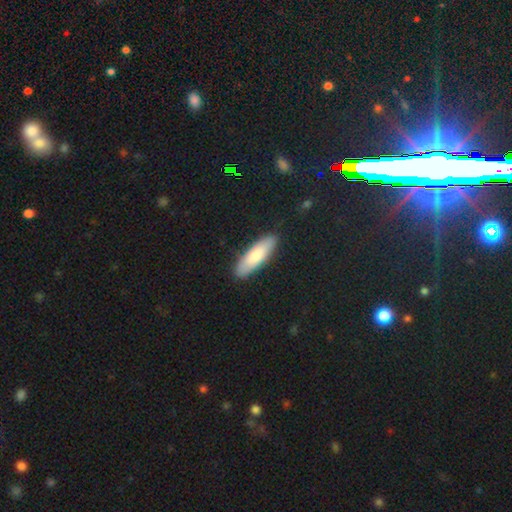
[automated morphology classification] This is clearly a smooth galaxy (81%). How rounded: possibly cigar-shaped (51%). Merging: clearly none (88%).